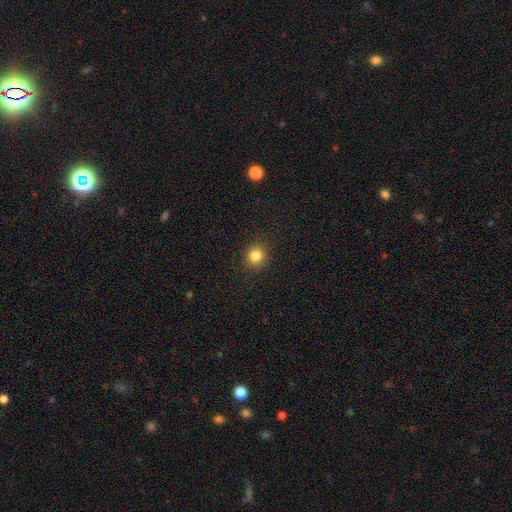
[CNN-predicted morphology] The model was most divided on "smooth or featured": smooth: 83%, star or artifact: 12%, featured or disk: 5%. More confident: merging — none (90%); how rounded — round (89%).